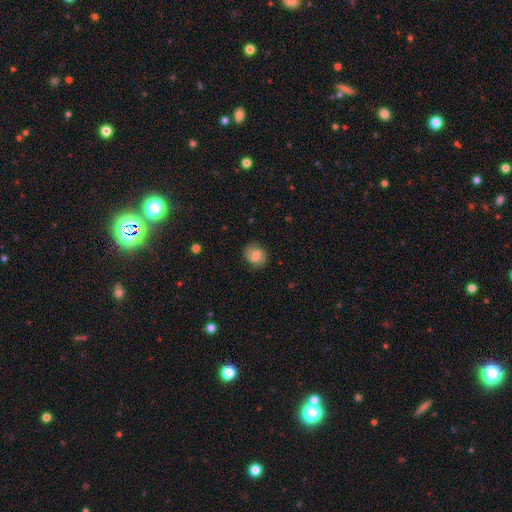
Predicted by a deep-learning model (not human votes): Smooth or featured? featured or disk (47%)
Merging? none (81%)